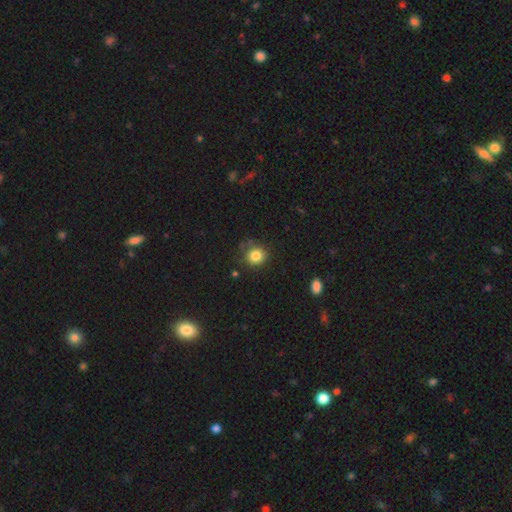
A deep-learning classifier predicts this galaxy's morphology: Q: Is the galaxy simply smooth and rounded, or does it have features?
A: smooth — 83%.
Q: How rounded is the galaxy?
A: round — 83%.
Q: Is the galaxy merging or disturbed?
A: none — 78%.